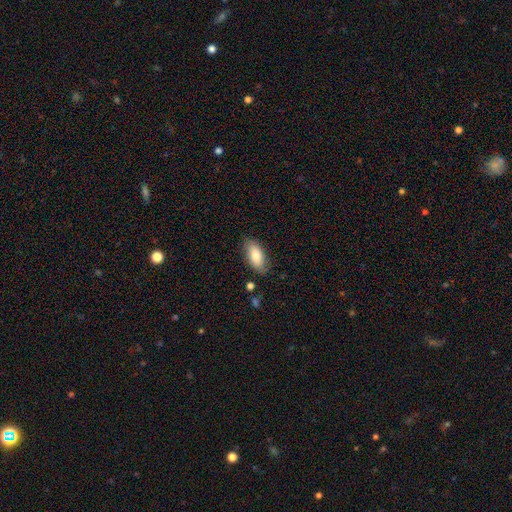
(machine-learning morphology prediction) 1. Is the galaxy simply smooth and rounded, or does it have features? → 80% smooth, 14% featured or disk, 6% star or artifact.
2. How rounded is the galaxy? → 92% in between, 5% cigar-shaped, 3% round.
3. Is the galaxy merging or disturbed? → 78% none, 16% minor disturbance, 4% major disturbance, 2% merger.